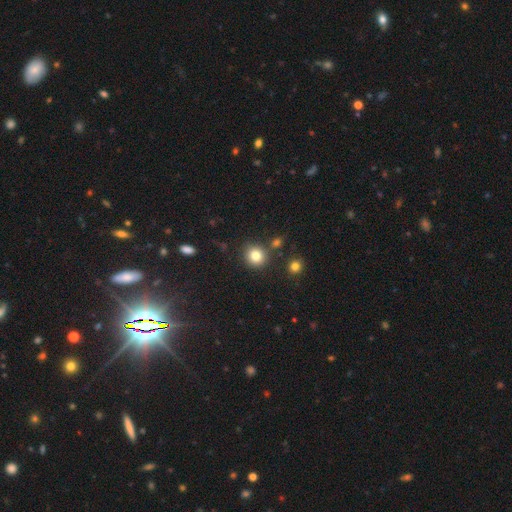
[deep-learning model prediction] smooth_or_featured: smooth (p=0.83) [alt: star or artifact p=0.11]
how_rounded: round (p=0.87) [alt: in between p=0.12]
merging: none (p=0.83) [alt: minor disturbance p=0.08]